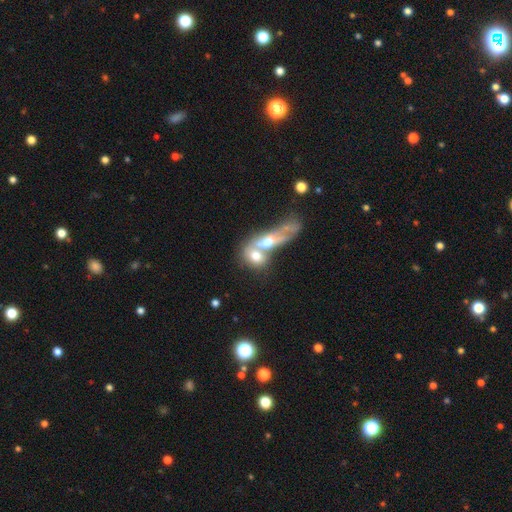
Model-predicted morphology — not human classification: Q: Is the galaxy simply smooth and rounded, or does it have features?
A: smooth — 54%.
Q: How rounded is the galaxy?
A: in between — 53%.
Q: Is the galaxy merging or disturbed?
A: merger — 71%.